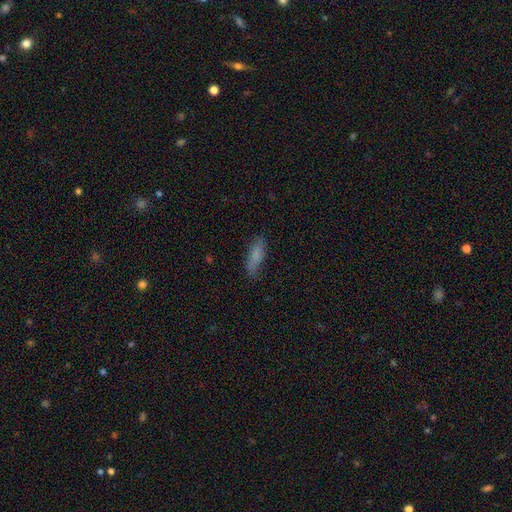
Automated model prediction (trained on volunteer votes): Smooth or featured? Predicted: smooth (p=0.79). How rounded? Predicted: cigar-shaped (p=0.49, tied with in between). Merging? Predicted: none (p=0.76).